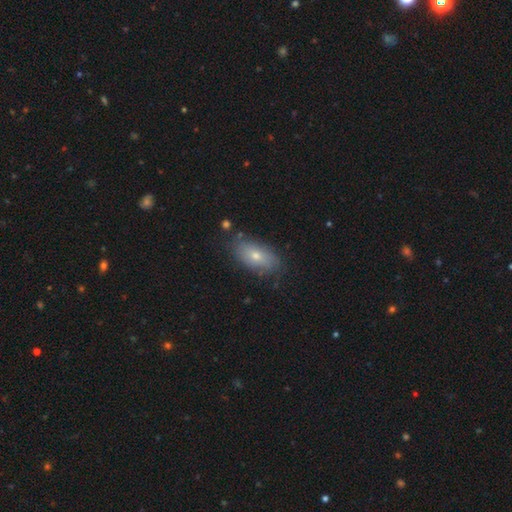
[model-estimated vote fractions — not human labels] Morphology: type=smooth (67%); roundness=in between (90%); merging=none (78%).